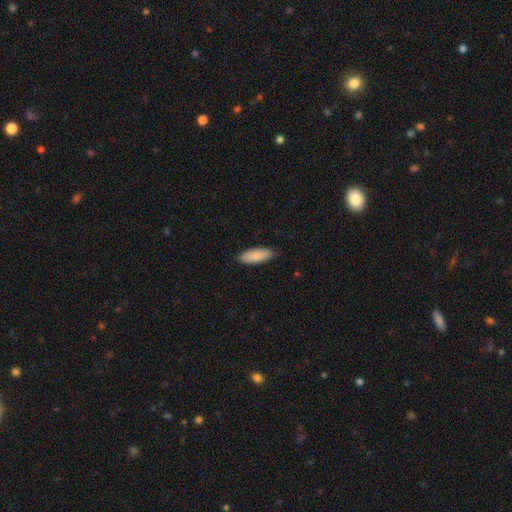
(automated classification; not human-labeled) smooth_or_featured: smooth (p=0.88) [alt: featured or disk p=0.06]
how_rounded: in between (p=0.65) [alt: cigar-shaped p=0.33]
merging: none (p=0.87) [alt: minor disturbance p=0.10]